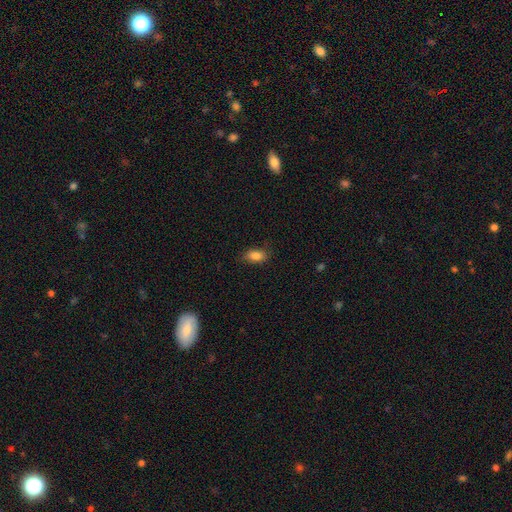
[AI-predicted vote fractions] This is clearly a smooth galaxy (85%). How rounded: clearly in between (88%). Merging: likely none (80%).